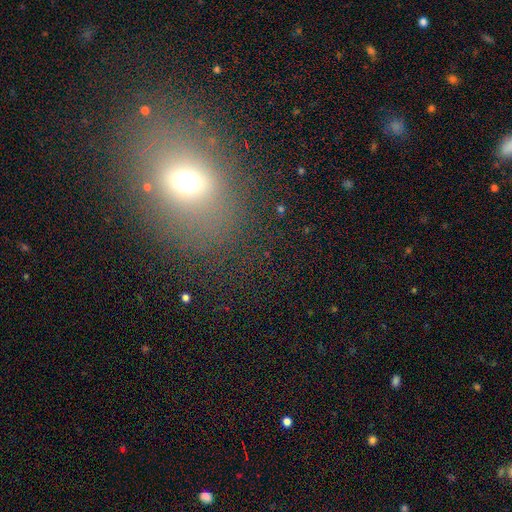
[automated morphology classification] smooth_or_featured: smooth (p=0.51) [alt: star or artifact p=0.30]
how_rounded: in between (p=0.58) [alt: round p=0.39]
merging: none (p=0.74) [alt: minor disturbance p=0.14]